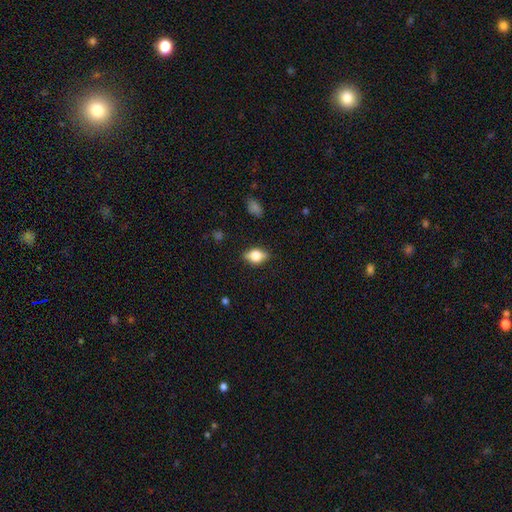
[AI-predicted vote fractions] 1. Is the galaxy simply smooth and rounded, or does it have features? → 60% smooth, 31% featured or disk, 9% star or artifact.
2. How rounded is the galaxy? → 77% in between, 17% round, 6% cigar-shaped.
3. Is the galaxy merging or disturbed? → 82% none, 13% minor disturbance, 3% major disturbance, 1% merger.